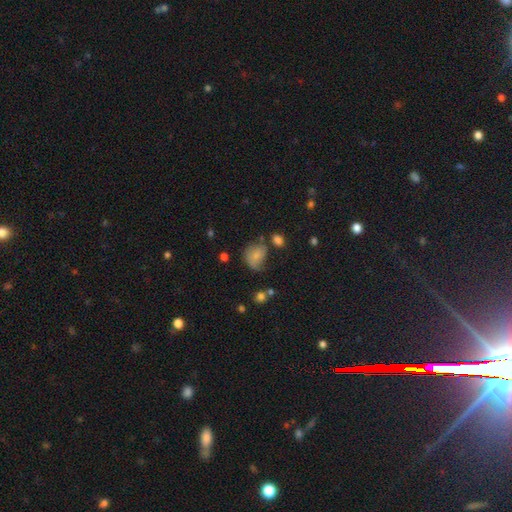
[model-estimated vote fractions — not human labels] This is likely a smooth galaxy (73%). How rounded: possibly round (50%). Merging: marginally none (43%).